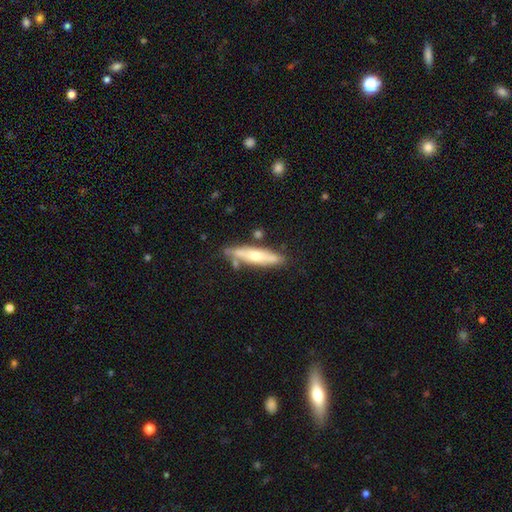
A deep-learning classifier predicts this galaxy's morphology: smooth-or-featured: smooth: 54% | featured or disk: 41% | star or artifact: 6%
  how-rounded: cigar-shaped: 81% | in between: 17% | round: 2%
  merging: none: 74% | minor disturbance: 16% | merger: 7% | major disturbance: 3%